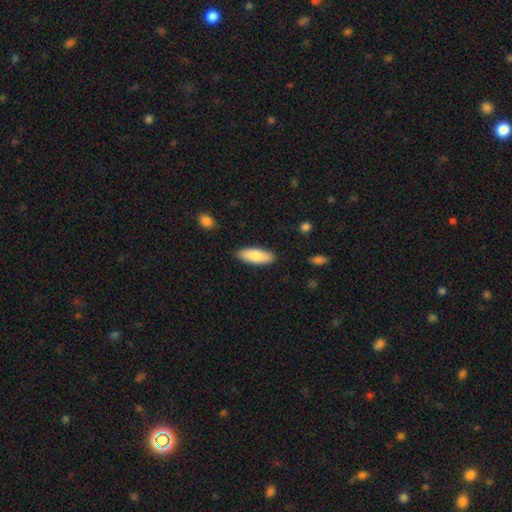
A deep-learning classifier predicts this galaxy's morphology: Smooth or featured?
  - smooth: 83% *
  - featured or disk: 12%
  - star or artifact: 5%
How rounded?
  - in between: 69% *
  - cigar-shaped: 29%
  - round: 2%
Merging?
  - none: 88% *
  - minor disturbance: 9%
  - major disturbance: 2%
  - merger: 1%